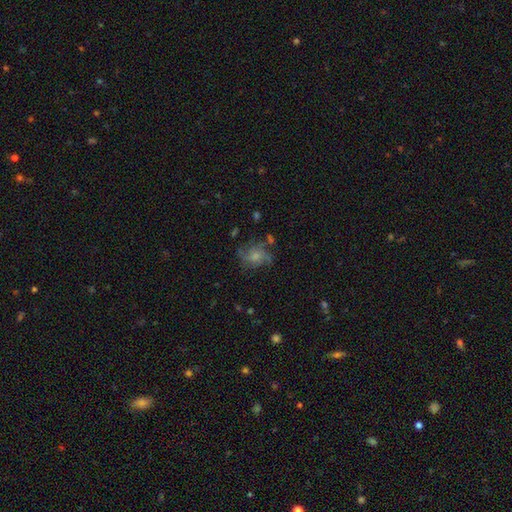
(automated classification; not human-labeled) Smooth or featured: featured or disk — 56% (smooth — 32%)
Edge-on disk: no — 97% (yes — 3%)
Bar: no — 76% (weak — 21%)
Spiral arms: yes — 80% (no — 20%)
Bulge size: small — 41% (moderate — 36%)
Merging: none — 58% (minor disturbance — 21%)